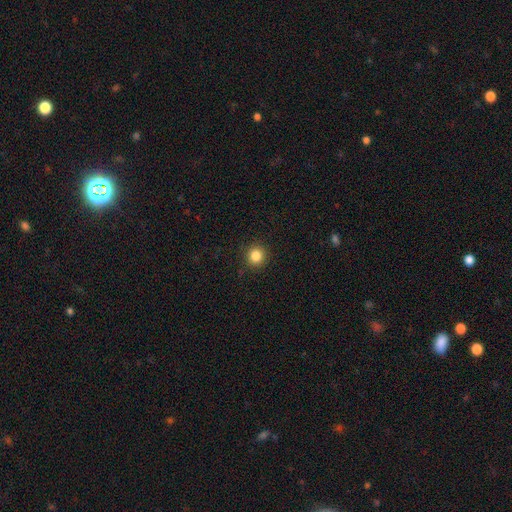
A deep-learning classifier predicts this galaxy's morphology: A smooth galaxy with no disk features (85%) that is round (91%).

Vote fractions:
- Smooth or featured? smooth: 85% / star or artifact: 11% / featured or disk: 4%
- How rounded? round: 91% / in between: 8% / cigar-shaped: 1%
- Merging? none: 91% / minor disturbance: 6% / major disturbance: 2% / merger: 1%